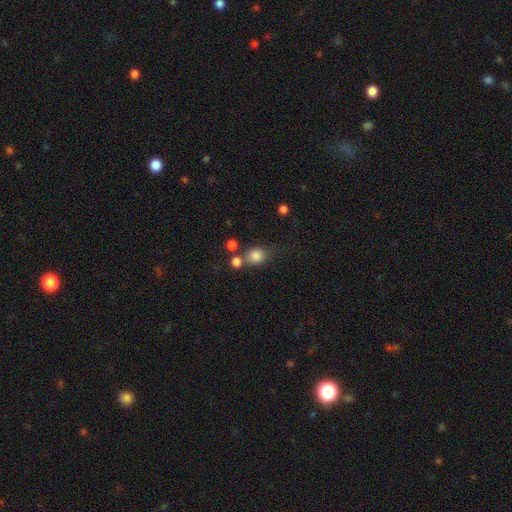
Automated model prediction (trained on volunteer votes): Smooth or featured?
  - smooth: 81% *
  - star or artifact: 11%
  - featured or disk: 8%
How rounded?
  - round: 63% *
  - in between: 36%
  - cigar-shaped: 1%
Merging?
  - none: 56% *
  - merger: 24%
  - minor disturbance: 14%
  - major disturbance: 6%